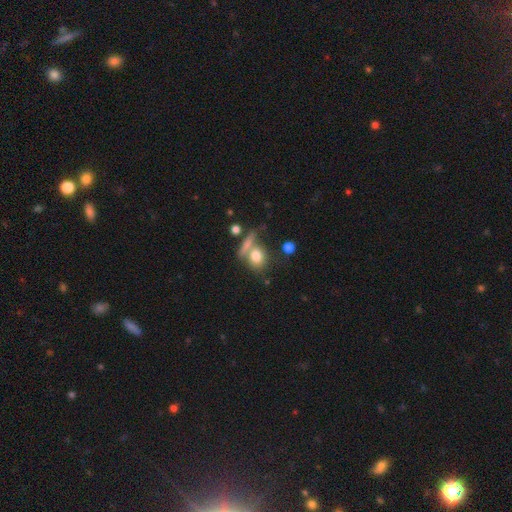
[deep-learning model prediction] Q: Smooth or featured?
A: smooth (77%); runner-up: featured or disk (14%)
Q: How rounded?
A: round (61%); runner-up: in between (34%)
Q: Merging?
A: none (50%); runner-up: merger (30%)